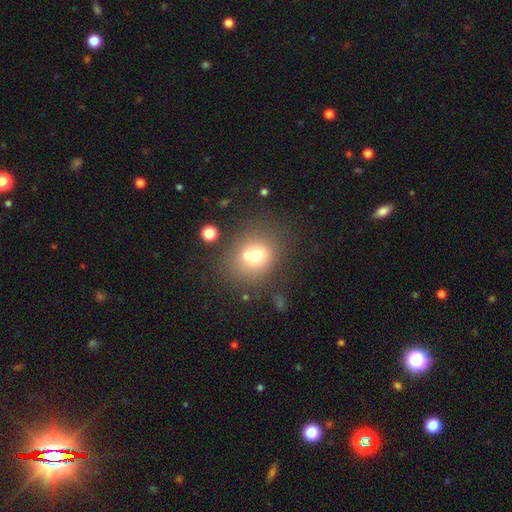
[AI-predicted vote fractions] This is likely a smooth galaxy (65%). How rounded: likely round (74%). Merging: marginally none (44%).